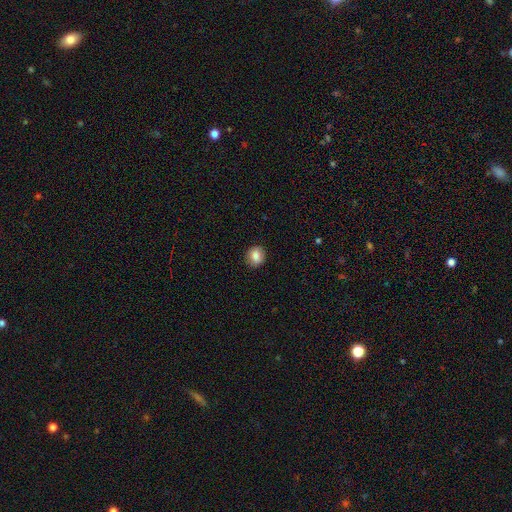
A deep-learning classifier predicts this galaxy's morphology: Smooth or featured: smooth — 83% (star or artifact — 9%)
How rounded: round — 74% (in between — 25%)
Merging: none — 89% (minor disturbance — 8%)